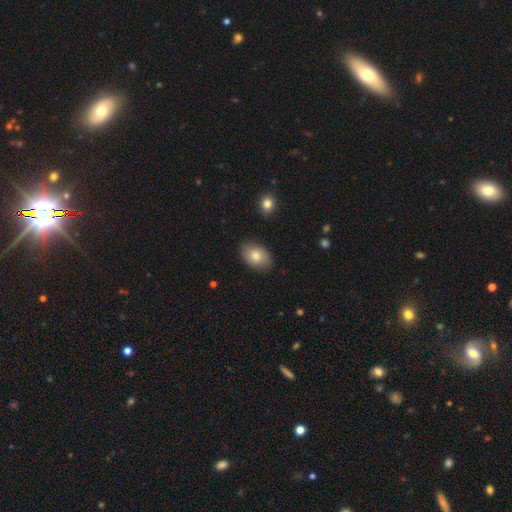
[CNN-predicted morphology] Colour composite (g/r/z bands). It shows a smooth galaxy with no disk features (82%) that is in between round and cigar-shaped (87%). Merging: none (85%).